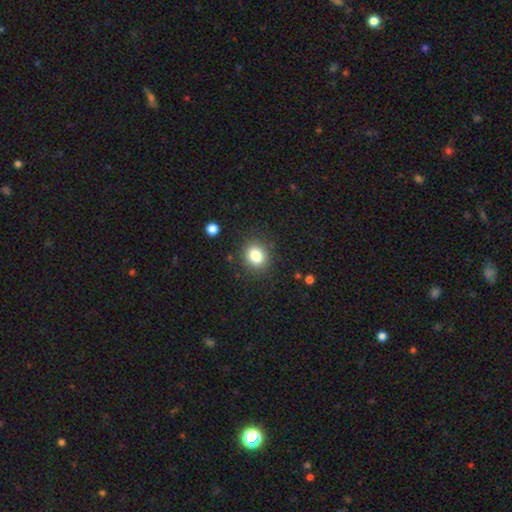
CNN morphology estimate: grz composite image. It shows a smooth galaxy with no disk features (82%) that is round (65%). Merging: none (86%).